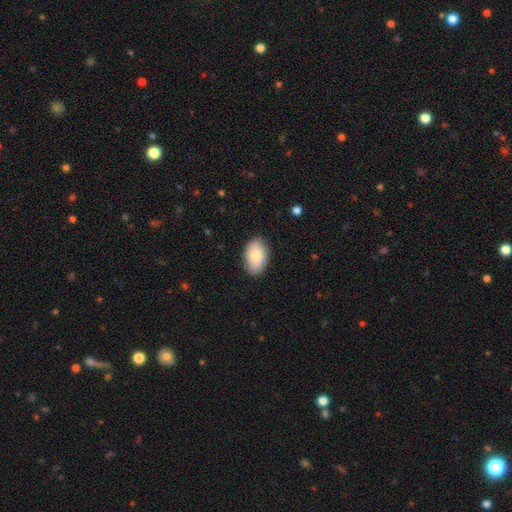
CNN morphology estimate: Smooth or featured?
  - smooth: 80% *
  - featured or disk: 14%
  - star or artifact: 6%
How rounded?
  - in between: 92% *
  - round: 7%
  - cigar-shaped: 1%
Merging?
  - none: 85% *
  - minor disturbance: 12%
  - major disturbance: 2%
  - merger: 1%